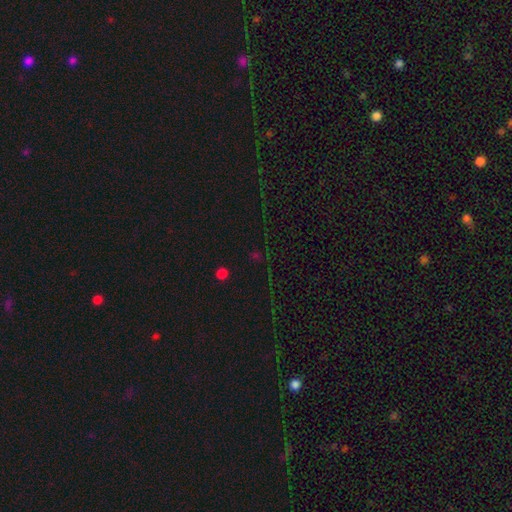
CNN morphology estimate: Smooth or featured? star or artifact (60%)